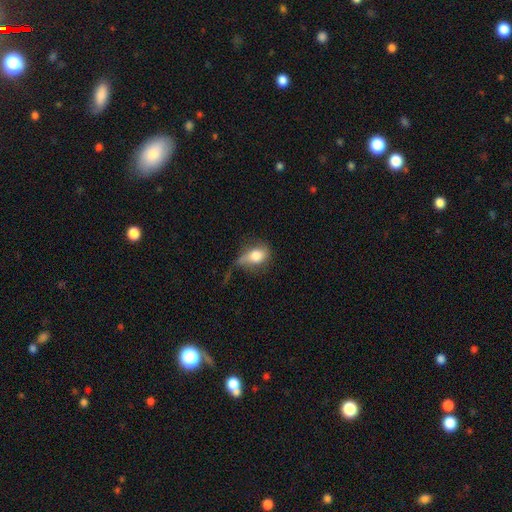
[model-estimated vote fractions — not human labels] Smooth or featured?
  - smooth: 67% *
  - featured or disk: 24%
  - star or artifact: 9%
How rounded?
  - in between: 71% *
  - round: 26%
  - cigar-shaped: 3%
Merging?
  - major disturbance: 35% *
  - minor disturbance: 31%
  - none: 29%
  - merger: 5%